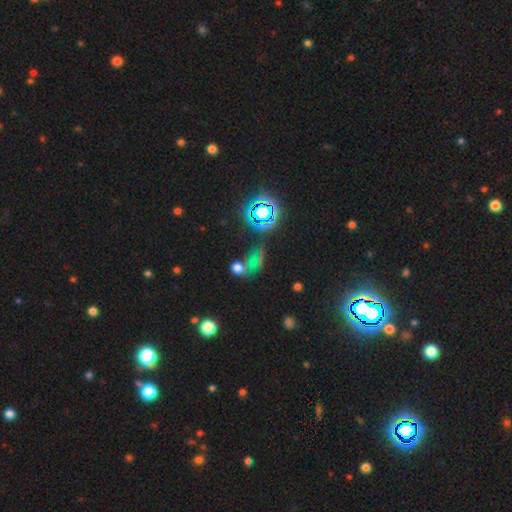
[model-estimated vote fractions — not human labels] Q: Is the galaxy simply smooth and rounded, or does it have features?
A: star or artifact — 60%.